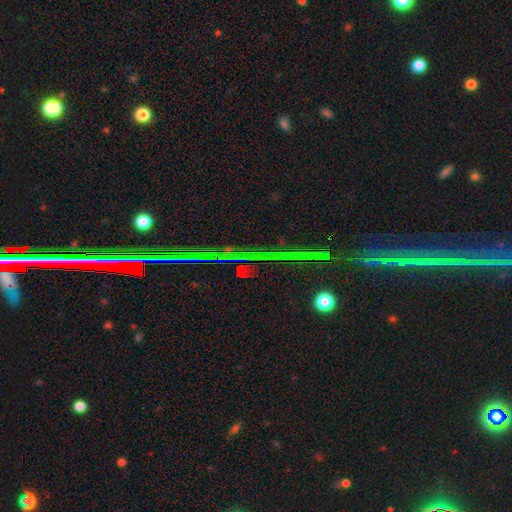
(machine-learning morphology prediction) A star or artifact, not a galaxy (78%).